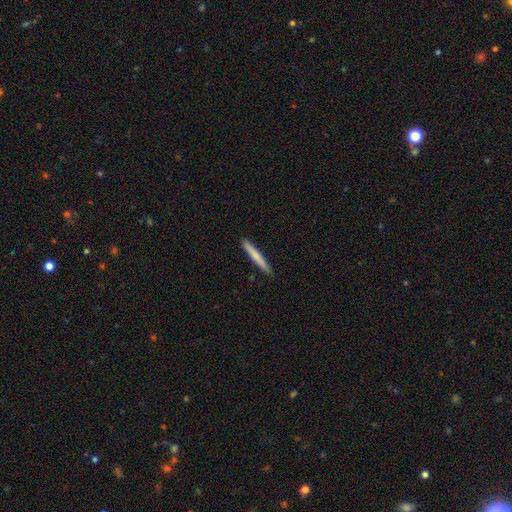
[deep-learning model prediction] Smooth or featured? Predicted: smooth (p=0.71). How rounded? Predicted: cigar-shaped (p=0.96). Merging? Predicted: none (p=0.91).